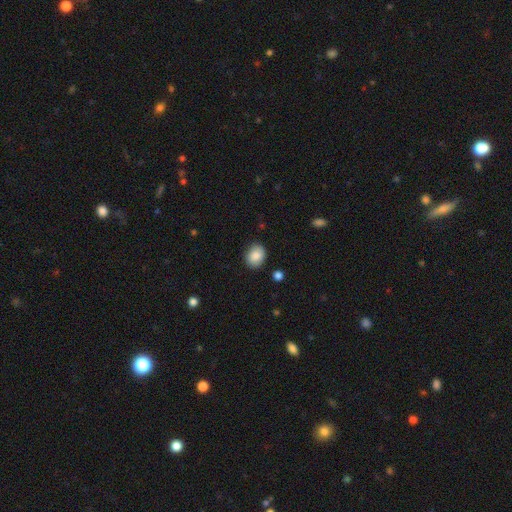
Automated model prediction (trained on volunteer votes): Smooth or featured: smooth — 88% (star or artifact — 8%)
How rounded: in between — 52% (round — 47%)
Merging: none — 84% (minor disturbance — 12%)